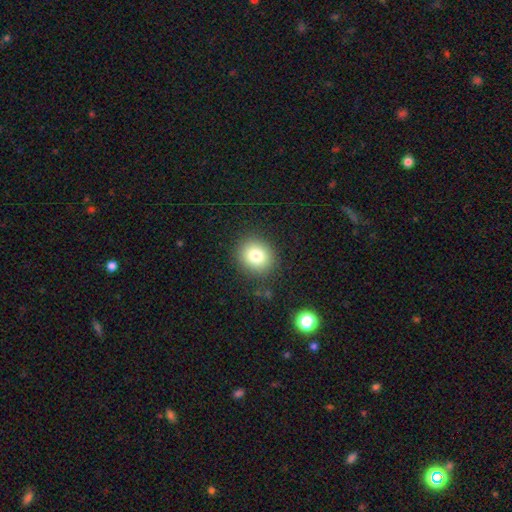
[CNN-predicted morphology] This appears to be a smooth galaxy with no disk features (79%) that is round (78%). Merging: none (87%).